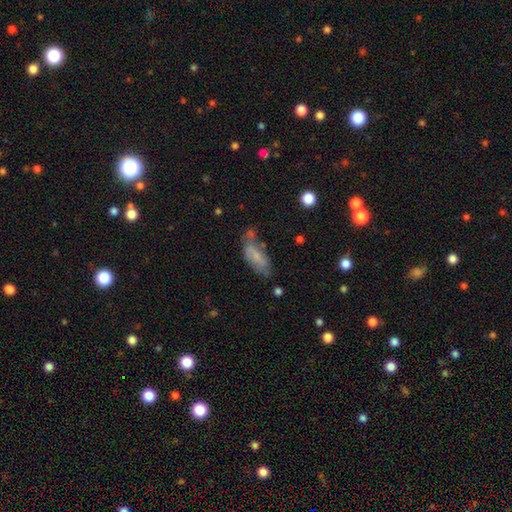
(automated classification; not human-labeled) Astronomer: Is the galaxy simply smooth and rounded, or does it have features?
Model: smooth — 64%.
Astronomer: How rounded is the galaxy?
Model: in between — 73%.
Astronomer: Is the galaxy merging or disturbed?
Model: none — 43% (runner-up: minor disturbance, 30%).